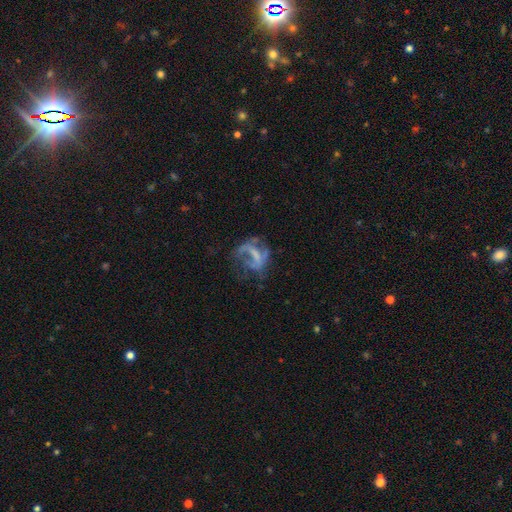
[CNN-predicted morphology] This is likely a featured or disk galaxy (63%). It is clearly not viewed edge-on (97%). Bar: marginally no (44%). Spiral arm pattern: possibly no (55%). Central bulge: possibly none (58%). Merging: marginally major disturbance (45%).